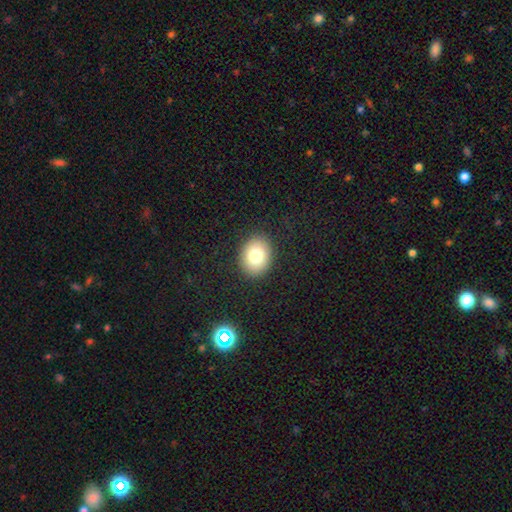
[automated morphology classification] A smooth galaxy with no disk features (78%) that is round (51%).

Vote fractions:
- Smooth or featured? smooth: 78% / featured or disk: 12% / star or artifact: 10%
- How rounded? round: 51% / in between: 48% / cigar-shaped: 1%
- Merging? none: 89% / minor disturbance: 8% / major disturbance: 3% / merger: 1%